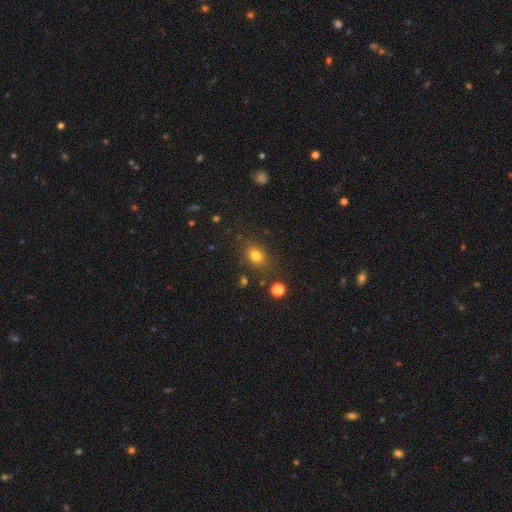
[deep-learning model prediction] Smooth or featured?
  - smooth: 78% *
  - star or artifact: 14%
  - featured or disk: 8%
How rounded?
  - in between: 57% *
  - round: 41%
  - cigar-shaped: 2%
Merging?
  - none: 79% *
  - minor disturbance: 13%
  - major disturbance: 5%
  - merger: 4%